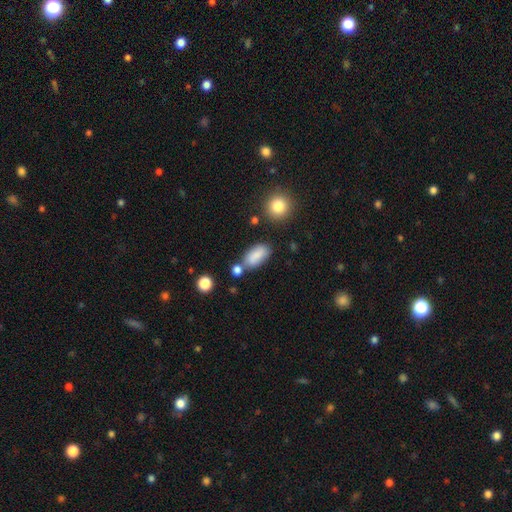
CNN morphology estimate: Q: Smooth or featured?
A: smooth (83%); runner-up: featured or disk (9%)
Q: How rounded?
A: in between (89%); runner-up: cigar-shaped (8%)
Q: Merging?
A: none (64%); runner-up: minor disturbance (17%)